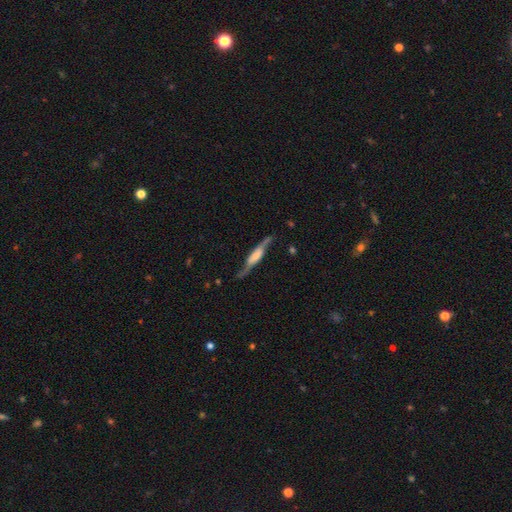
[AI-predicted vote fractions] smooth-or-featured: featured or disk: 71% | smooth: 24% | star or artifact: 6%
  disk-edge-on: yes: 69% | no: 31%
  merging: none: 67% | minor disturbance: 21% | major disturbance: 9% | merger: 3%